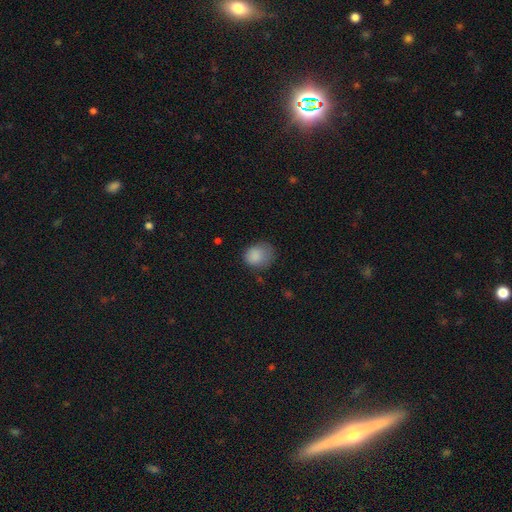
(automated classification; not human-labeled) Q: Smooth or featured?
A: smooth (86%); runner-up: star or artifact (9%)
Q: How rounded?
A: round (56%); runner-up: in between (43%)
Q: Merging?
A: none (56%); runner-up: minor disturbance (31%)